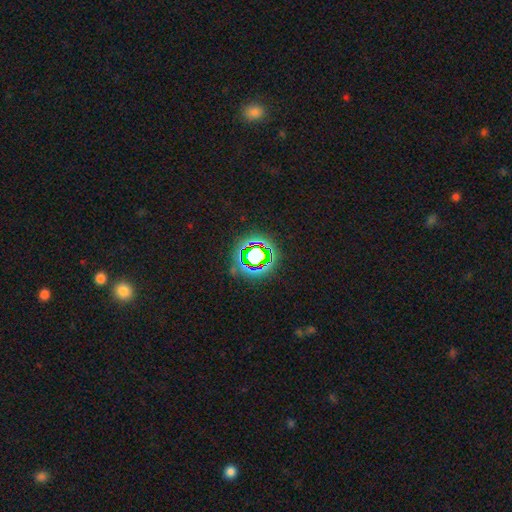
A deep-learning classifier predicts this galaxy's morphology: Smooth or featured? Predicted: star or artifact (p=0.73).